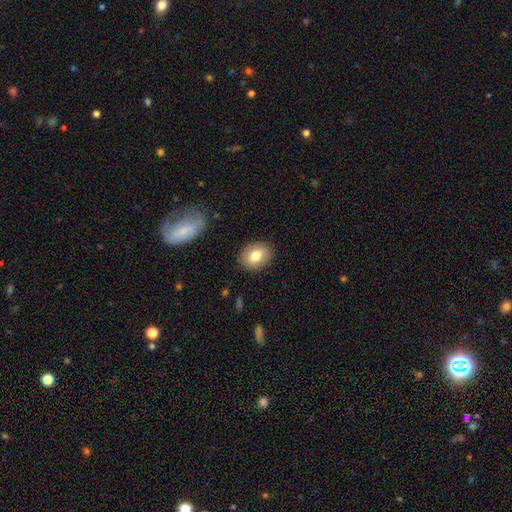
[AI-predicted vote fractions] This is likely a smooth galaxy (79%). How rounded: likely in between (60%). Merging: clearly none (87%).